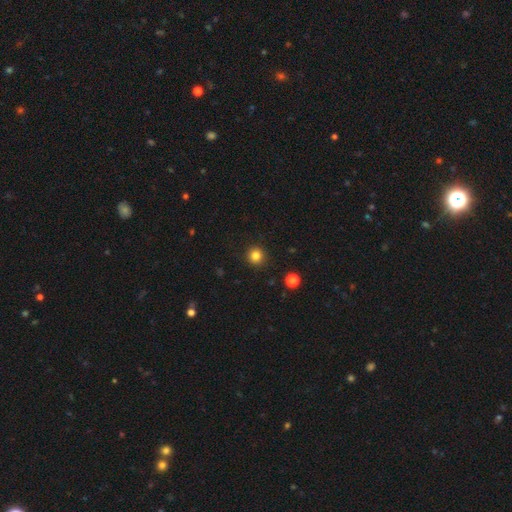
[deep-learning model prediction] Smooth or featured? Predicted: smooth (p=0.82). How rounded? Predicted: round (p=0.94). Merging? Predicted: none (p=0.92).